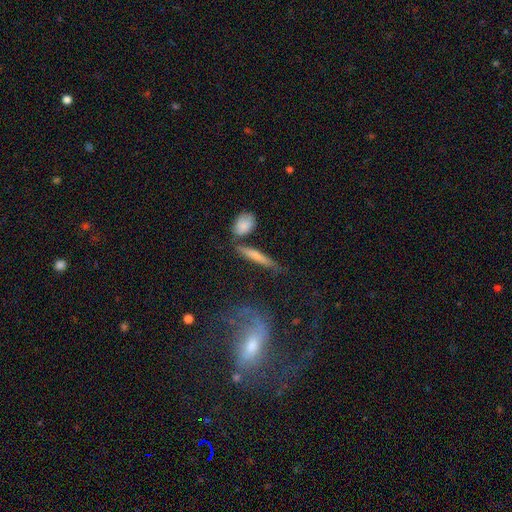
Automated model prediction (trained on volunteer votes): This is likely a smooth galaxy (64%). How rounded: clearly cigar-shaped (86%). Merging: likely none (69%).